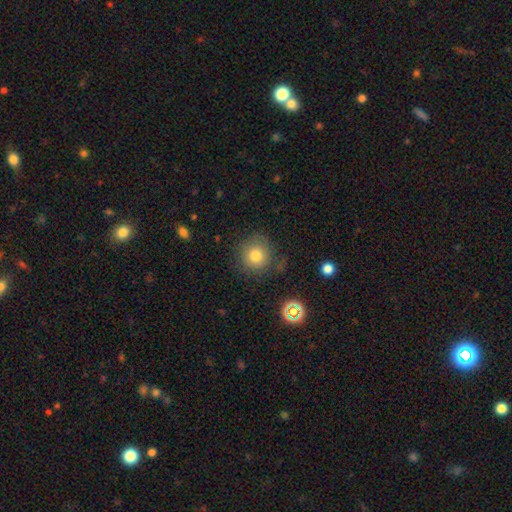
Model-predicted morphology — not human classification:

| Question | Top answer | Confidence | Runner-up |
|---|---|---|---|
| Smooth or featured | smooth | 78% | star or artifact (12%) |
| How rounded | round | 92% | in between (7%) |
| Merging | none | 79% | minor disturbance (13%) |